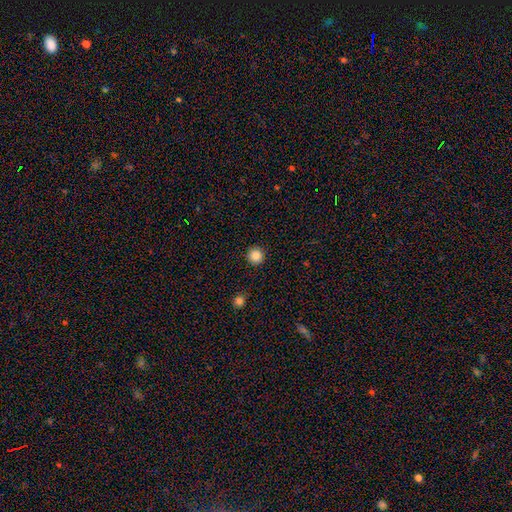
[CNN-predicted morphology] Overall: smooth (87%). How rounded: round (96%). Merging: none (93%).